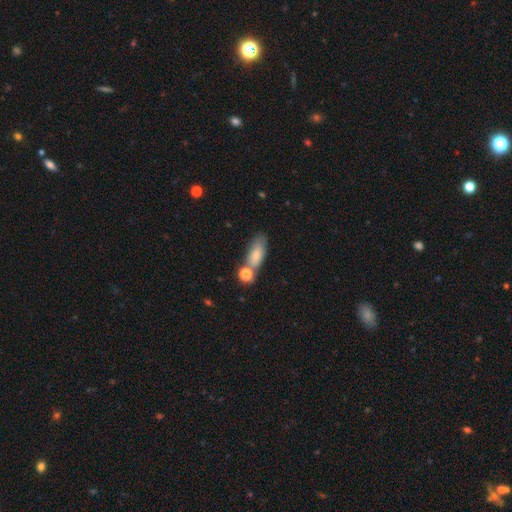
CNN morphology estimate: Overall: smooth (75%). How rounded: in between (76%). Merging: none (52%; merger 22%).